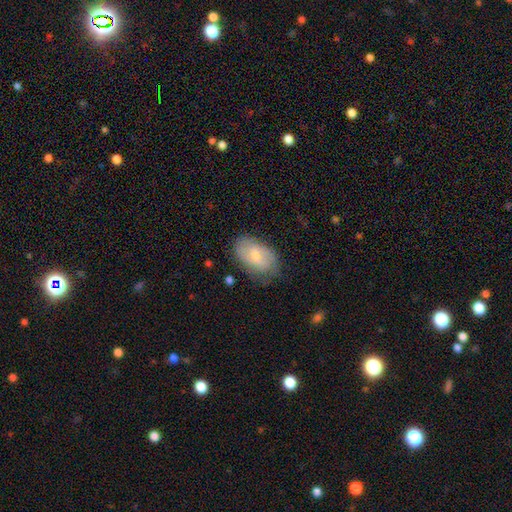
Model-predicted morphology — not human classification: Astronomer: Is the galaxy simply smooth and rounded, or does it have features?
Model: smooth — 59% (runner-up: featured or disk, 35%).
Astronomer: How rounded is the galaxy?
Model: in between — 92%.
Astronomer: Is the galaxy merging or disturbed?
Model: none — 65%.